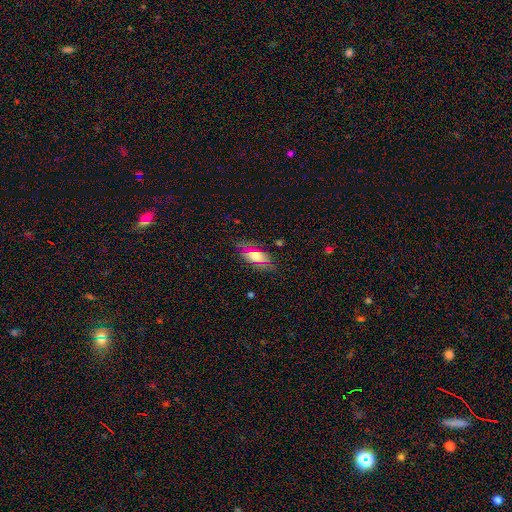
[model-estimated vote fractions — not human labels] Smooth or featured: smooth — 60% (featured or disk — 28%)
How rounded: in between — 83% (cigar-shaped — 13%)
Merging: none — 73% (minor disturbance — 19%)